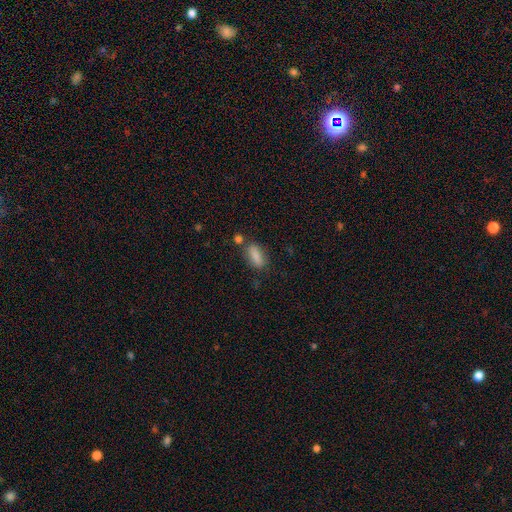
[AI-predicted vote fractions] Overall: smooth (84%). How rounded: in between (72%). Merging: none (68%).